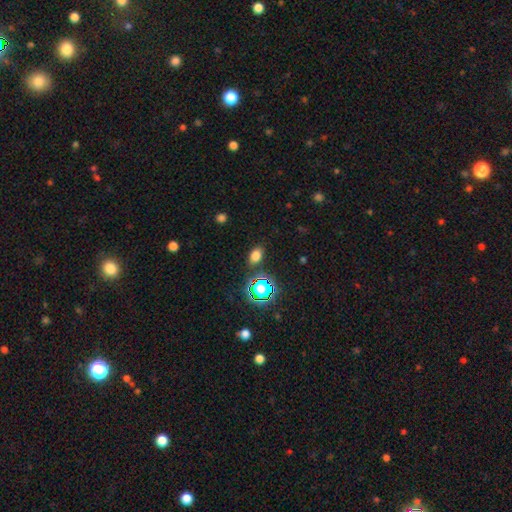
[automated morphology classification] smooth_or_featured: smooth (p=0.73) [alt: star or artifact p=0.21]
how_rounded: in between (p=0.81) [alt: round p=0.17]
merging: none (p=0.84) [alt: minor disturbance p=0.10]